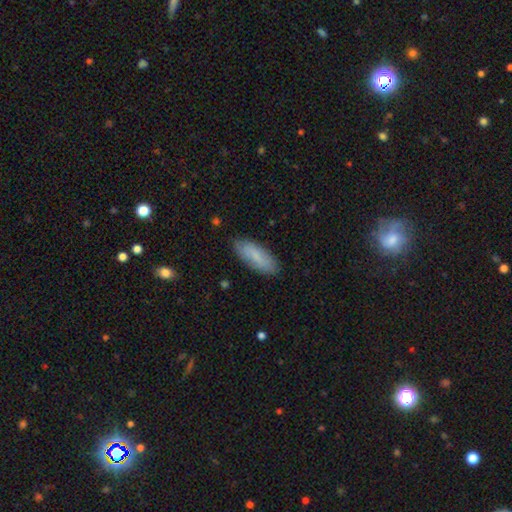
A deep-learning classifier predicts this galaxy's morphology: Smooth or featured?
  - smooth: 77% *
  - featured or disk: 16%
  - star or artifact: 6%
How rounded?
  - in between: 71% *
  - cigar-shaped: 27%
  - round: 2%
Merging?
  - none: 84% *
  - minor disturbance: 12%
  - major disturbance: 2%
  - merger: 1%